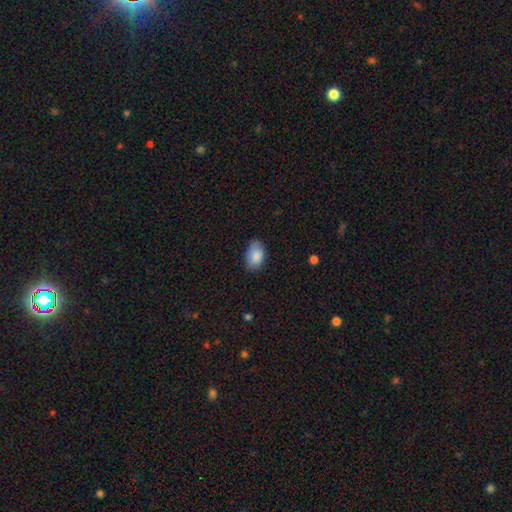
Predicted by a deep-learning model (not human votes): This appears to be a smooth galaxy with no disk features (87%) that is in between round and cigar-shaped (90%). Merging: none (75%).